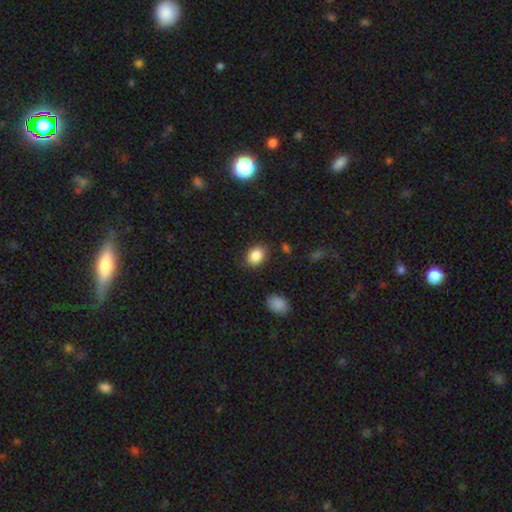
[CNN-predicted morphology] smooth 86%, star or artifact 9%, featured or disk 5%. Down the decision tree: how rounded — in between (65%); merging — none (84%).